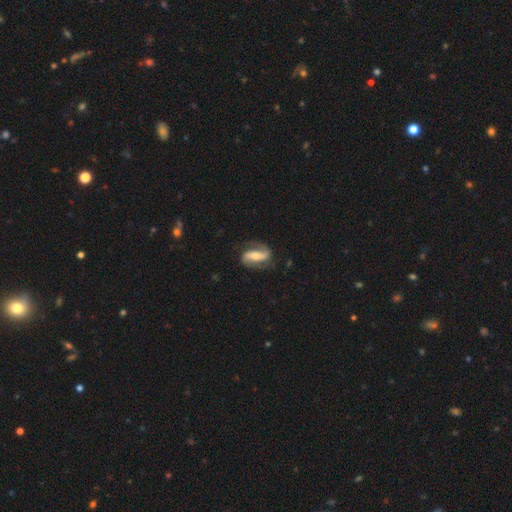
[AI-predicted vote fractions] Smooth or featured?
  - featured or disk: 81% *
  - smooth: 14%
  - star or artifact: 5%
Edge-on disk?
  - no: 94% *
  - yes: 6%
Bar?
  - strong: 56% *
  - weak: 25%
  - no: 19%
Spiral arms?
  - yes: 93% *
  - no: 7%
Spiral winding?
  - loose: 44% *
  - medium: 37%
  - tight: 18%
Spiral arm count?
  - 2: 90% *
  - 1: 4%
  - can't tell: 3%
  - 3: 1%
  - 4: 1%
  - more than 4: 1%
Bulge size?
  - moderate: 49% *
  - small: 39%
  - large: 6%
  - none: 4%
  - dominant: 2%
Merging?
  - none: 76% *
  - minor disturbance: 15%
  - major disturbance: 7%
  - merger: 2%